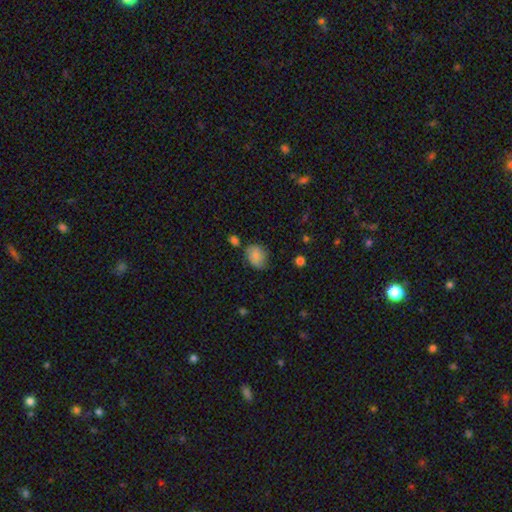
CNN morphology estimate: type=smooth (77%); roundness=in between (54%); merging=none (63%).